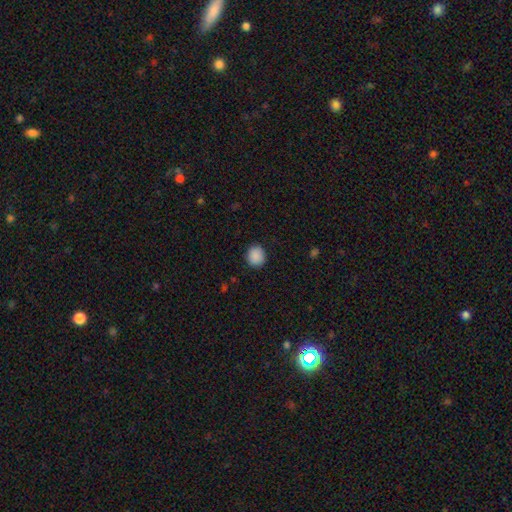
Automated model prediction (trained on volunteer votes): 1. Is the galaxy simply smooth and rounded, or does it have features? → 89% smooth, 8% star or artifact, 2% featured or disk.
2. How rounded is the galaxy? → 82% round, 17% in between, 1% cigar-shaped.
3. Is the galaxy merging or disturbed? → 90% none, 7% minor disturbance, 2% major disturbance, 1% merger.